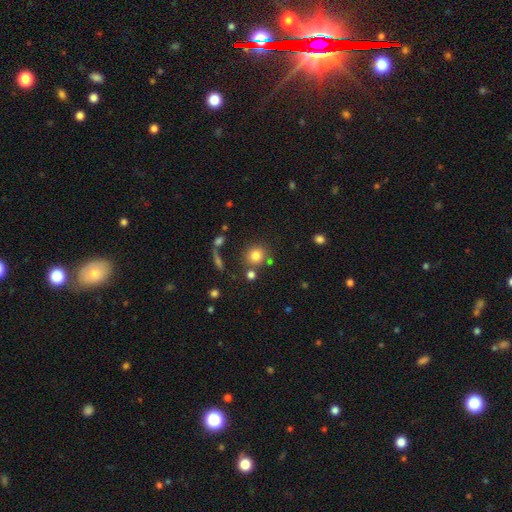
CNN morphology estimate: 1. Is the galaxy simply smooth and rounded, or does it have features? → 79% smooth, 12% star or artifact, 9% featured or disk.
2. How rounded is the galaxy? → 89% round, 10% in between, 1% cigar-shaped.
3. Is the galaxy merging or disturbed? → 76% none, 11% merger, 9% minor disturbance, 4% major disturbance.